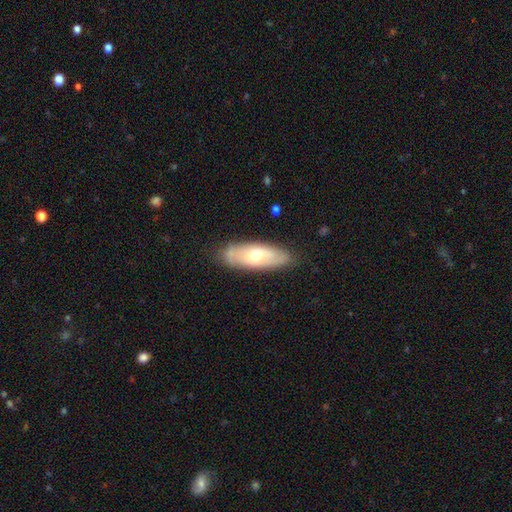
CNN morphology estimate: A featured or disk galaxy (50%).

Vote fractions:
- Smooth or featured? featured or disk: 50% / smooth: 44% / star or artifact: 6%
- Edge-on disk? no: 76% / yes: 24%
- Merging? none: 81% / minor disturbance: 15% / major disturbance: 3% / merger: 2%